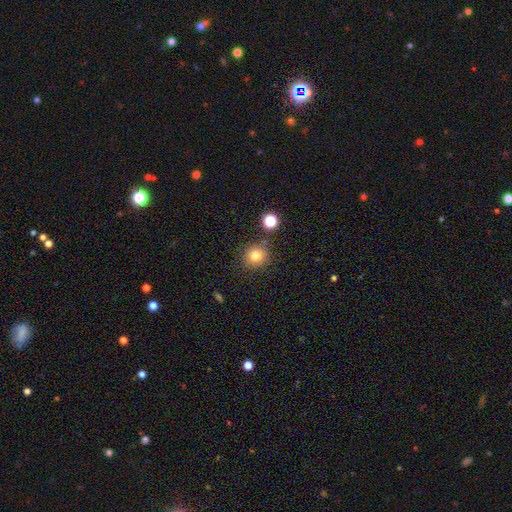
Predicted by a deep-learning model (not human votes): Q: Smooth or featured?
A: smooth (79%); runner-up: star or artifact (14%)
Q: How rounded?
A: round (89%); runner-up: in between (10%)
Q: Merging?
A: none (83%); runner-up: minor disturbance (9%)